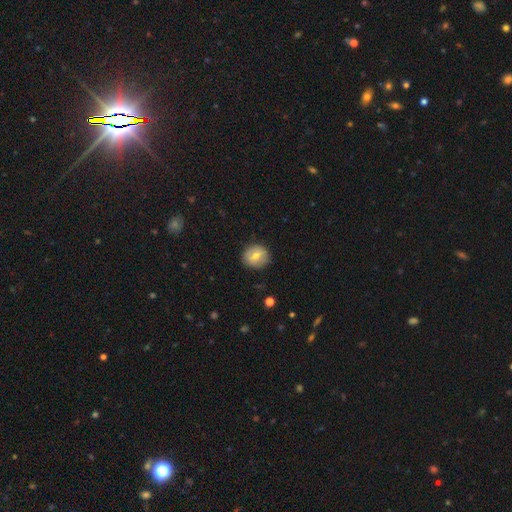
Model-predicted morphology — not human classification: type=smooth (64%); roundness=round (80%); merging=none (87%).